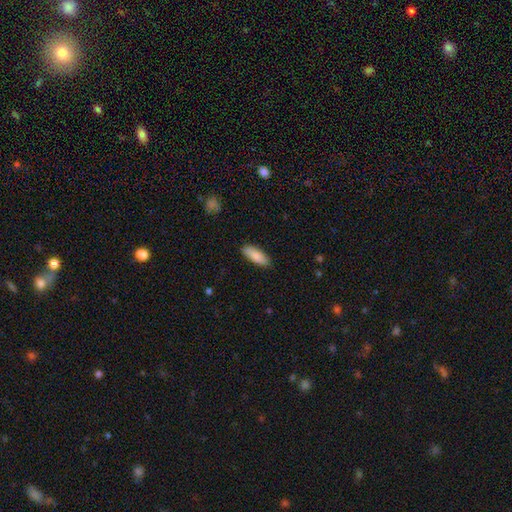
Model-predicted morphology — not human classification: The model was most divided on "how rounded": in between: 67%, cigar-shaped: 31%, round: 2%. More confident: smooth or featured — smooth (87%); merging — none (86%).